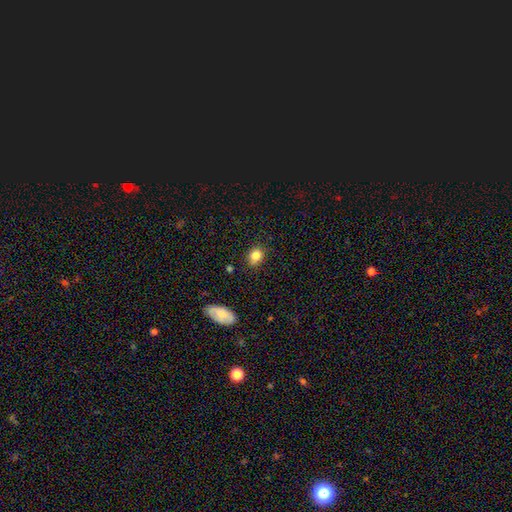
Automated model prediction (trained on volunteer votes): Q: Smooth or featured?
A: smooth (83%); runner-up: star or artifact (10%)
Q: How rounded?
A: round (53%); runner-up: in between (45%)
Q: Merging?
A: none (78%); runner-up: minor disturbance (17%)